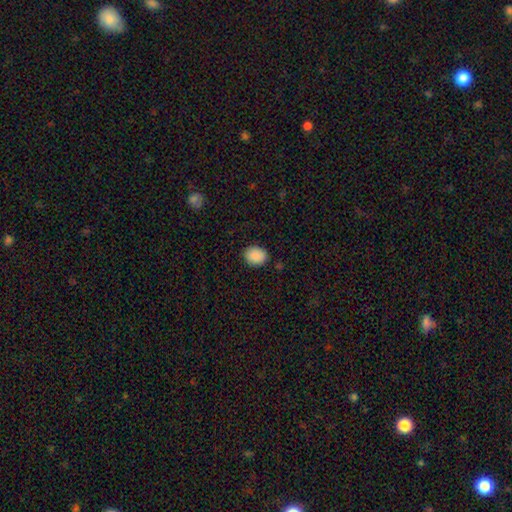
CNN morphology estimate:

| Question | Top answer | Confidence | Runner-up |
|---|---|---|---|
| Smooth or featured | smooth | 90% | star or artifact (7%) |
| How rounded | in between | 56% | round (43%) |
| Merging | none | 87% | minor disturbance (10%) |